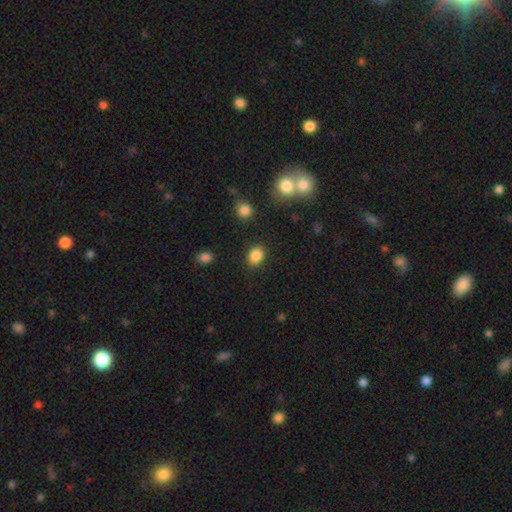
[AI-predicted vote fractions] Smooth or featured?
  - smooth: 85% *
  - star or artifact: 10%
  - featured or disk: 5%
How rounded?
  - in between: 61% *
  - round: 38%
  - cigar-shaped: 1%
Merging?
  - none: 86% *
  - minor disturbance: 9%
  - major disturbance: 3%
  - merger: 2%